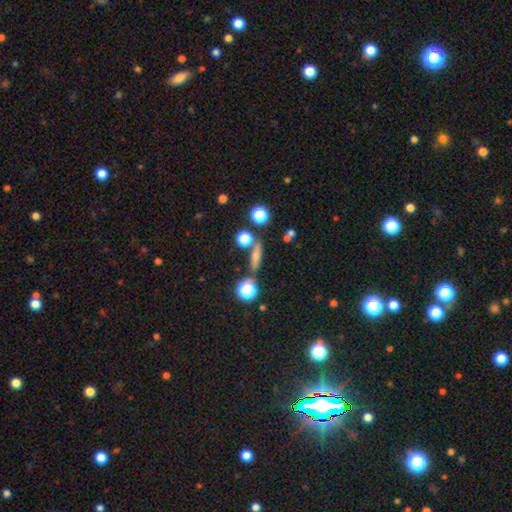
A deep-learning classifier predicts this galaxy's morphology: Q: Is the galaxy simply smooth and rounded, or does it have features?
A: smooth — 38%.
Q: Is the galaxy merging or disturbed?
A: none — 71%.